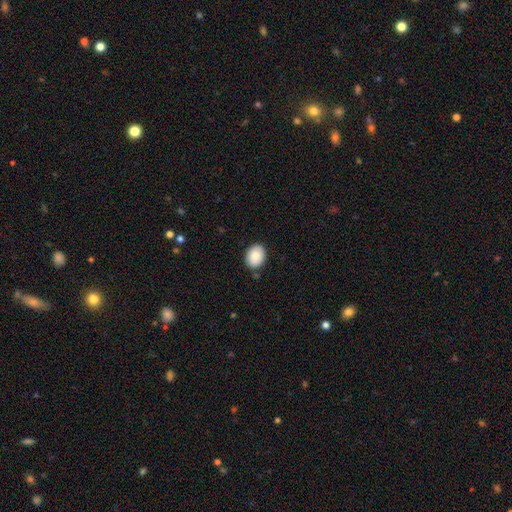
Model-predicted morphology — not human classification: type=smooth (81%); roundness=in between (60%); merging=none (85%).